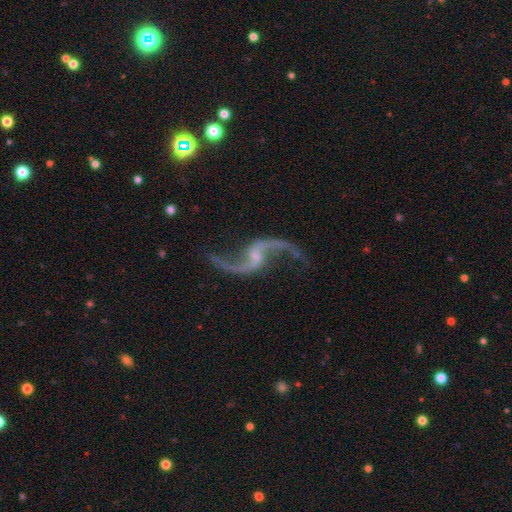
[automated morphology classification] This appears to be a featured or disk galaxy (93%) with a weak bar (46%), 2 (95%) loose (93%) spiral arms (97%) and a small central bulge (55%). Merging: none (77%).